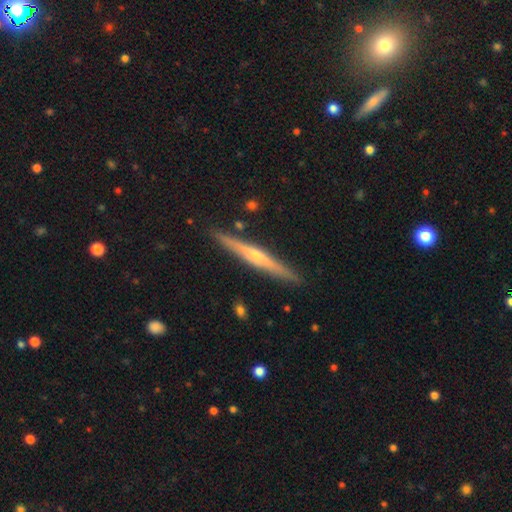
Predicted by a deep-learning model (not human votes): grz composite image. It shows a featured or disk galaxy (71%) viewed edge-on (97%) with a rounded central bulge (75%). Merging: none (90%).